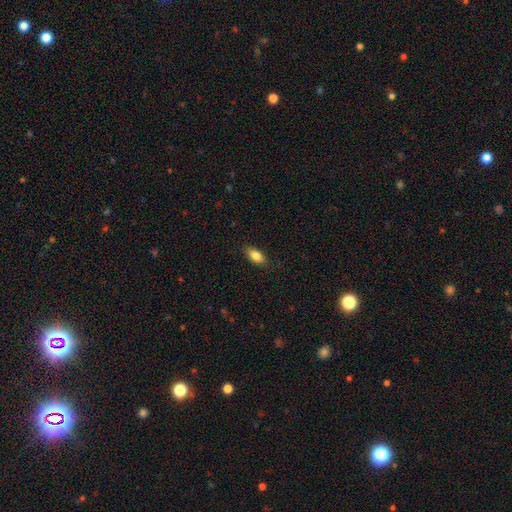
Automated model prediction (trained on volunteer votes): smooth-or-featured: smooth: 82% | featured or disk: 10% | star or artifact: 8%
  how-rounded: in between: 88% | cigar-shaped: 7% | round: 5%
  merging: none: 85% | minor disturbance: 12% | major disturbance: 2% | merger: 1%